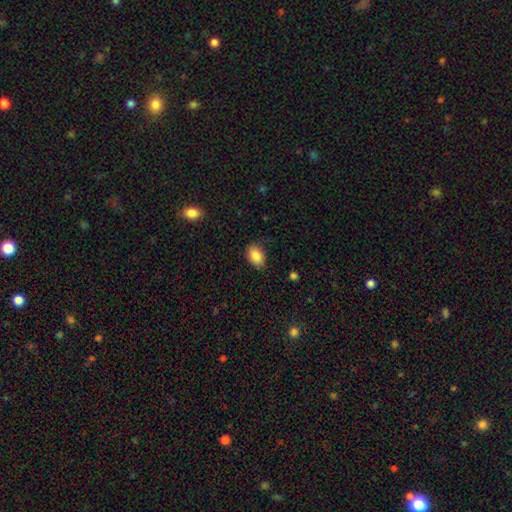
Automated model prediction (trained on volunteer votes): smooth-or-featured: smooth: 88% | star or artifact: 8% | featured or disk: 5%
  how-rounded: in between: 86% | round: 13% | cigar-shaped: 1%
  merging: none: 79% | minor disturbance: 16% | major disturbance: 3% | merger: 1%